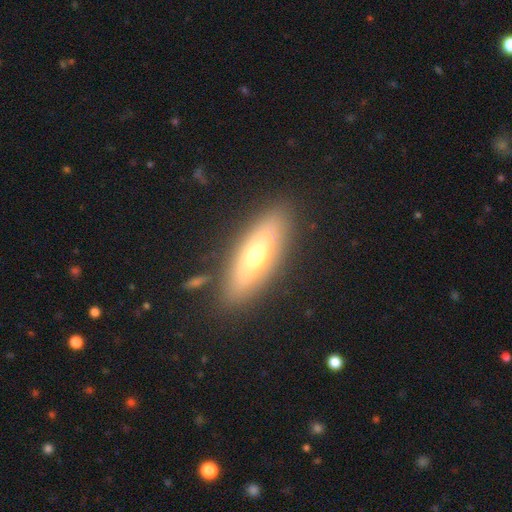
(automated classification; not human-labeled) The model was most divided on "how rounded": in between: 53%, cigar-shaped: 44%, round: 3%. More confident: merging — none (83%); smooth or featured — smooth (57%).